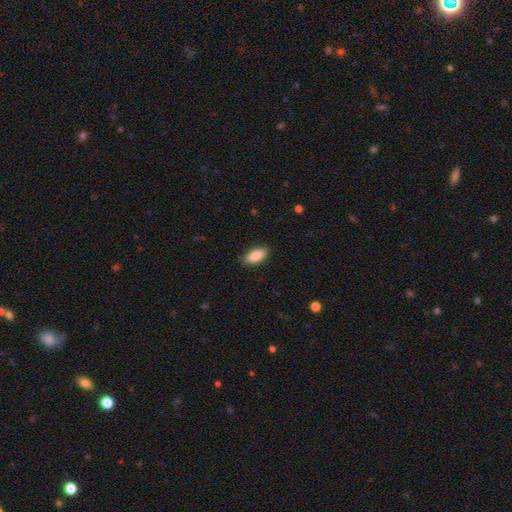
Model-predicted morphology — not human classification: Smooth or featured? Predicted: smooth (p=0.88). How rounded? Predicted: in between (p=0.86). Merging? Predicted: none (p=0.86).